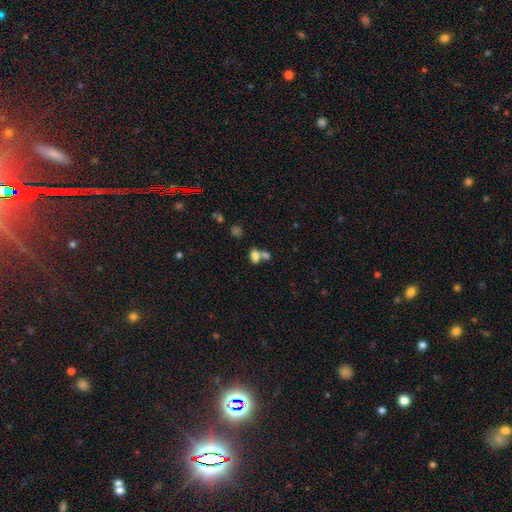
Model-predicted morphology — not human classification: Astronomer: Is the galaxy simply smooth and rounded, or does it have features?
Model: smooth — 75%.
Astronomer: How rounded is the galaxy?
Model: in between — 82%.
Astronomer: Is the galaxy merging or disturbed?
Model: merger — 51% (runner-up: none, 34%).